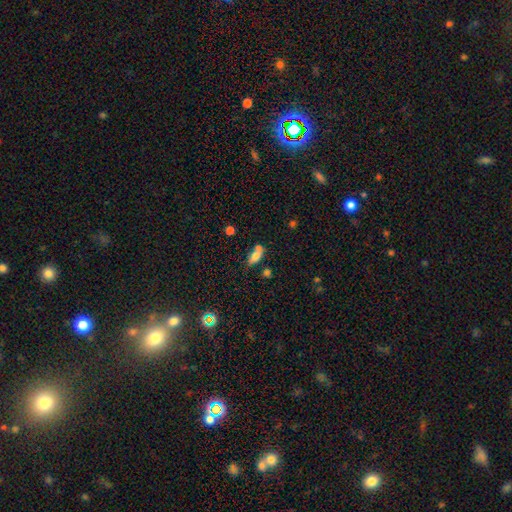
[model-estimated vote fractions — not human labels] smooth-or-featured: smooth: 71% | featured or disk: 19% | star or artifact: 10%
  how-rounded: in between: 77% | cigar-shaped: 18% | round: 4%
  merging: none: 46% | minor disturbance: 25% | merger: 20% | major disturbance: 9%